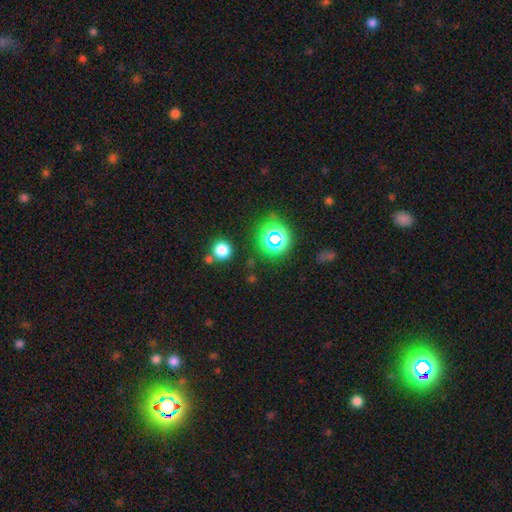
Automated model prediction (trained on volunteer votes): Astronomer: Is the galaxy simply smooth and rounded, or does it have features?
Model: star or artifact — 59%.